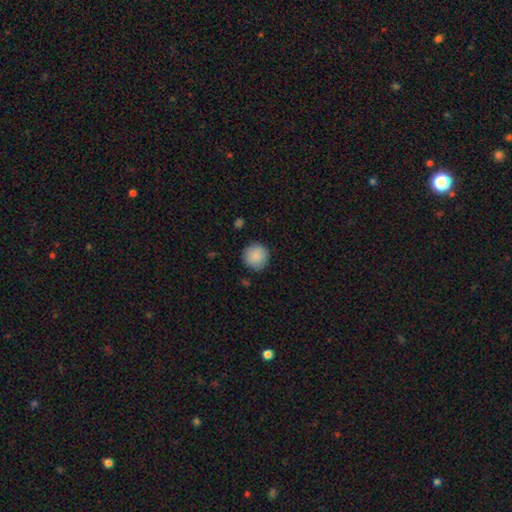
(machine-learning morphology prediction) Q: Smooth or featured?
A: smooth (89%); runner-up: star or artifact (7%)
Q: How rounded?
A: round (95%); runner-up: in between (4%)
Q: Merging?
A: none (88%); runner-up: minor disturbance (9%)